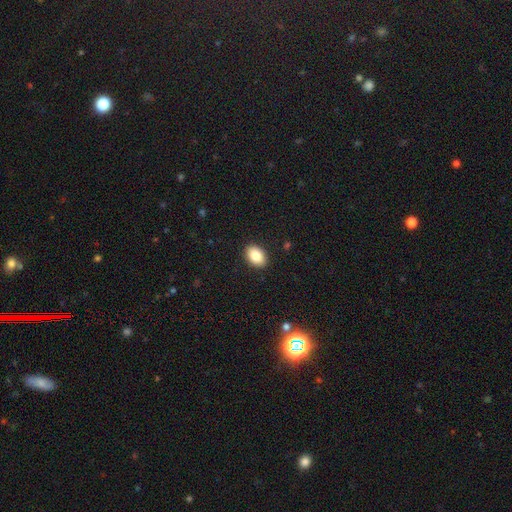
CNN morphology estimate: A smooth galaxy with no disk features (86%) that is in between round and cigar-shaped (83%). Merging: none (90%).